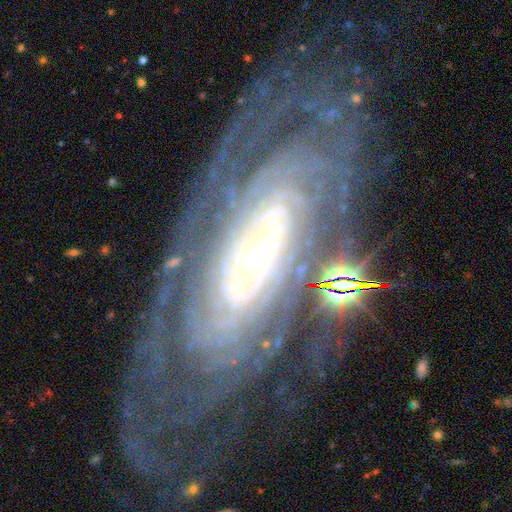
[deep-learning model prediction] Q: Smooth or featured?
A: featured or disk (88%); runner-up: smooth (6%)
Q: Edge-on disk?
A: no (91%); runner-up: yes (9%)
Q: Bar?
A: no (56%); runner-up: weak (26%)
Q: Spiral arms?
A: yes (96%); runner-up: no (4%)
Q: Spiral winding?
A: tight (80%); runner-up: medium (16%)
Q: Spiral arm count?
A: can't tell (36%); runner-up: more than 4 (20%)
Q: Bulge size?
A: small (62%); runner-up: moderate (30%)
Q: Merging?
A: none (73%); runner-up: minor disturbance (16%)